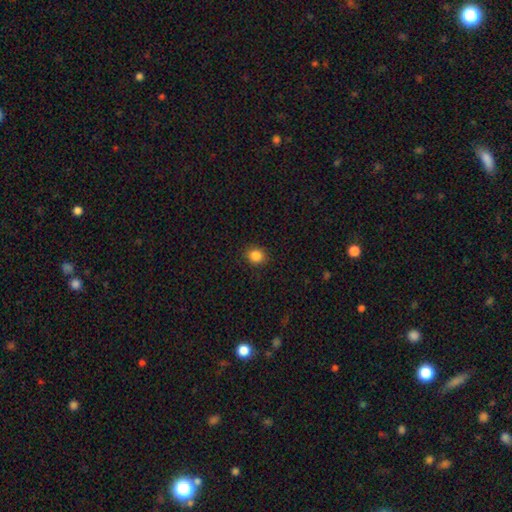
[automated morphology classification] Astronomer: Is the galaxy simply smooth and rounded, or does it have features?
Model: smooth — 86%.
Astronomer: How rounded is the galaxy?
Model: round — 76%.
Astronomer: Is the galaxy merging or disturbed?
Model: none — 90%.